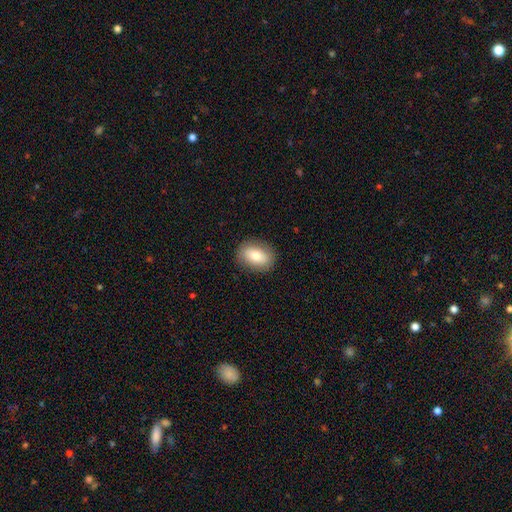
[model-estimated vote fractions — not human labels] smooth-or-featured: smooth: 77% | featured or disk: 16% | star or artifact: 8%
  how-rounded: in between: 78% | round: 21% | cigar-shaped: 1%
  merging: none: 87% | minor disturbance: 9% | major disturbance: 3% | merger: 1%